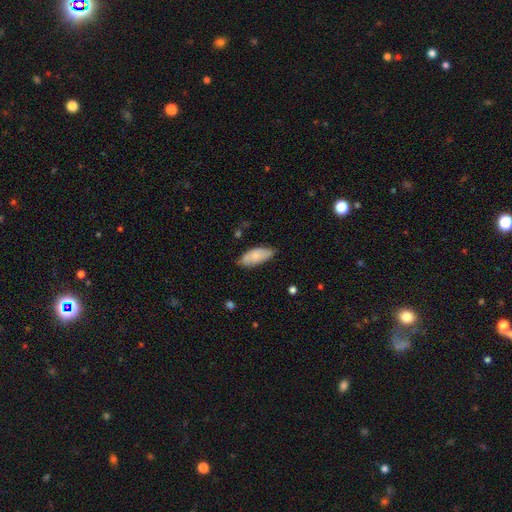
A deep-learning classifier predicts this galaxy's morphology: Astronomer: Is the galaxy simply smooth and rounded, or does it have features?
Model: smooth — 78%.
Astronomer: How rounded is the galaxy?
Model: in between — 86%.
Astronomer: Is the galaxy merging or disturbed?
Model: none — 71%.